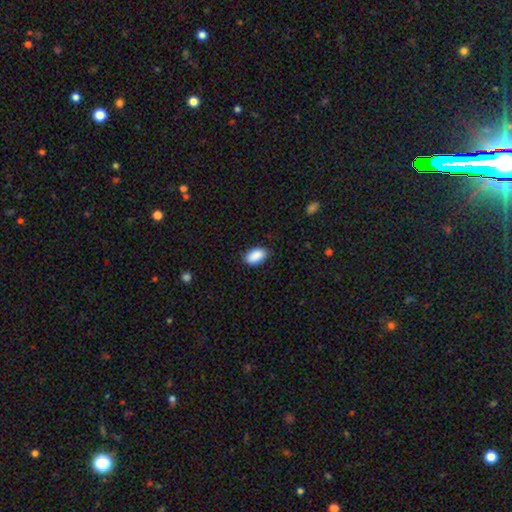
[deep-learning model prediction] Smooth or featured?
  - smooth: 91% *
  - star or artifact: 6%
  - featured or disk: 3%
How rounded?
  - in between: 94% *
  - round: 5%
  - cigar-shaped: 2%
Merging?
  - none: 84% *
  - minor disturbance: 12%
  - major disturbance: 2%
  - merger: 1%